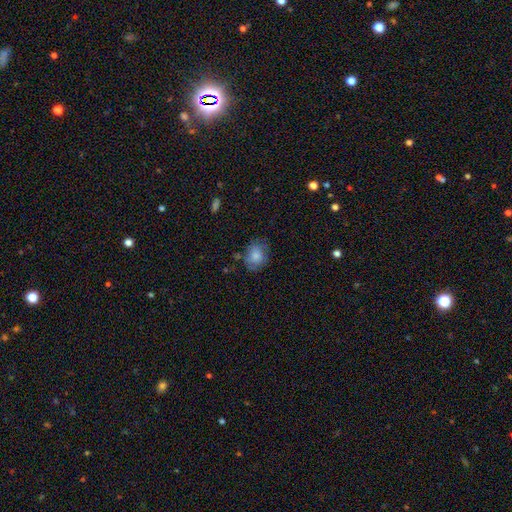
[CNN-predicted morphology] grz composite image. It shows a smooth galaxy with no disk features (75%) that is in between round and cigar-shaped (50%). Merging: none (63%).